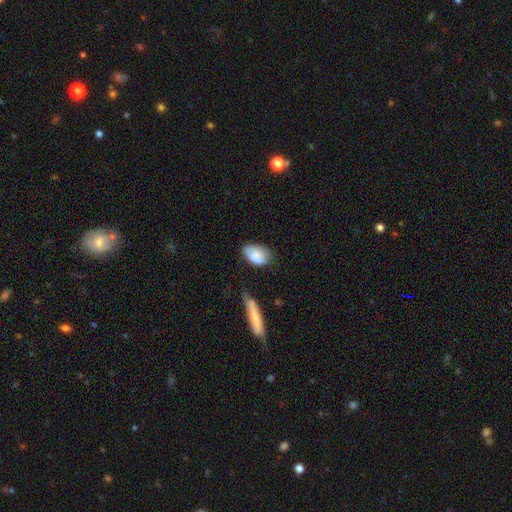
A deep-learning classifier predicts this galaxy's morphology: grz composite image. It shows a smooth galaxy with no disk features (77%) that is in between round and cigar-shaped (89%). Merging: none (57%).